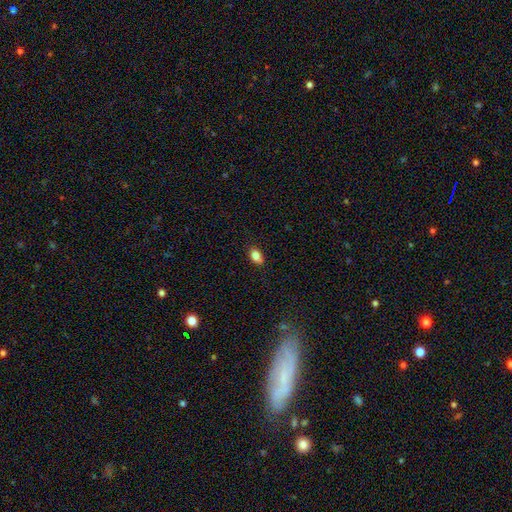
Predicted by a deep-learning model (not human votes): Overall: smooth (83%). How rounded: in between (85%). Merging: none (83%).